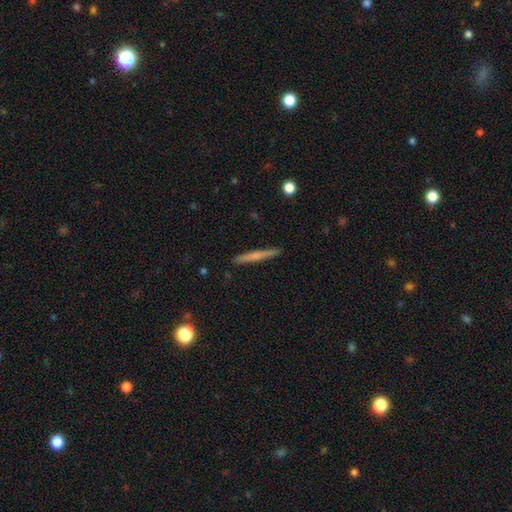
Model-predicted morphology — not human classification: Q: Smooth or featured?
A: smooth (55%); runner-up: featured or disk (39%)
Q: How rounded?
A: cigar-shaped (96%); runner-up: in between (2%)
Q: Merging?
A: none (91%); runner-up: minor disturbance (7%)